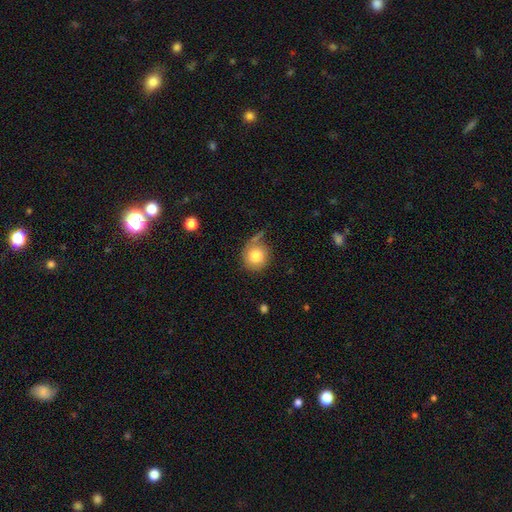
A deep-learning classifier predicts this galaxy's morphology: Q: Smooth or featured?
A: smooth (80%); runner-up: featured or disk (12%)
Q: How rounded?
A: round (87%); runner-up: in between (12%)
Q: Merging?
A: none (60%); runner-up: minor disturbance (22%)